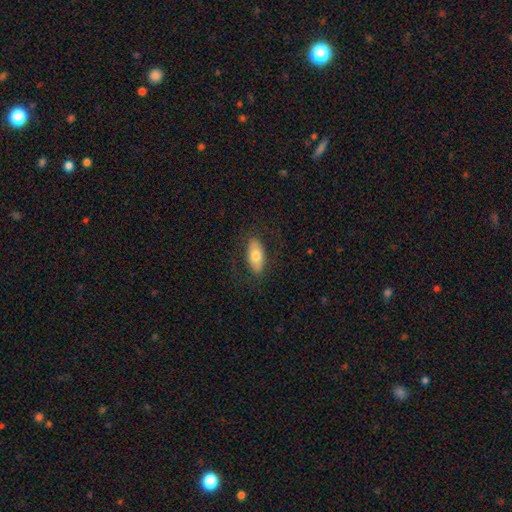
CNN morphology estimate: Smooth or featured: smooth — 73% (featured or disk — 21%)
How rounded: in between — 85% (cigar-shaped — 12%)
Merging: none — 83% (minor disturbance — 12%)